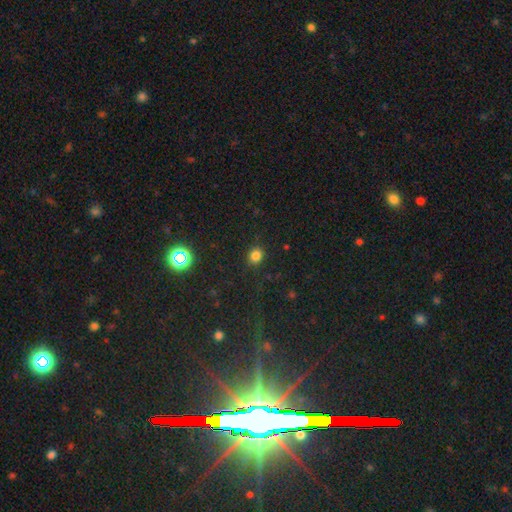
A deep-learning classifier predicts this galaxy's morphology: type=smooth (80%); roundness=round (71%); merging=none (87%).